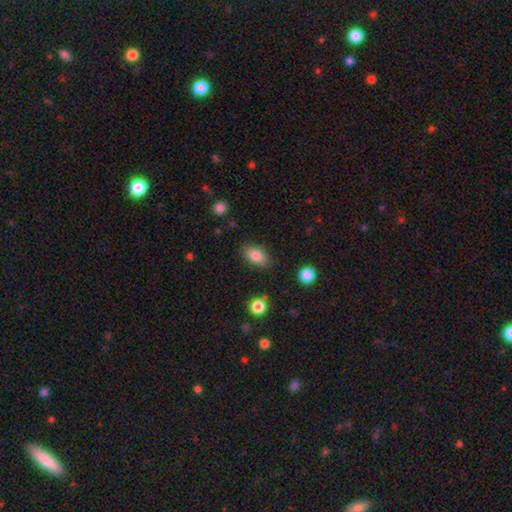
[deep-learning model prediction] Smooth or featured? smooth (82%)
How rounded? in between (88%)
Merging? none (83%)